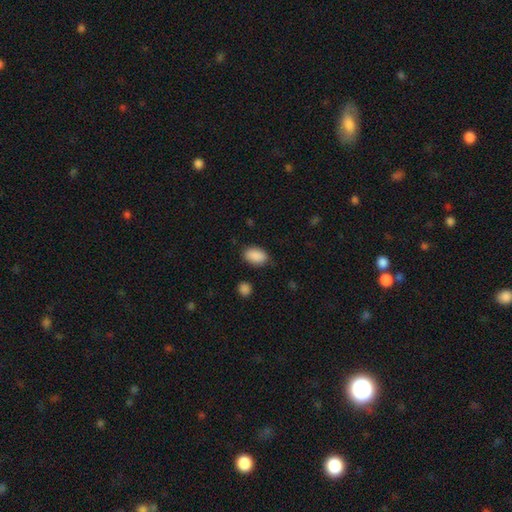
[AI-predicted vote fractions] Morphology: type=smooth (90%); roundness=in between (89%); merging=none (80%).